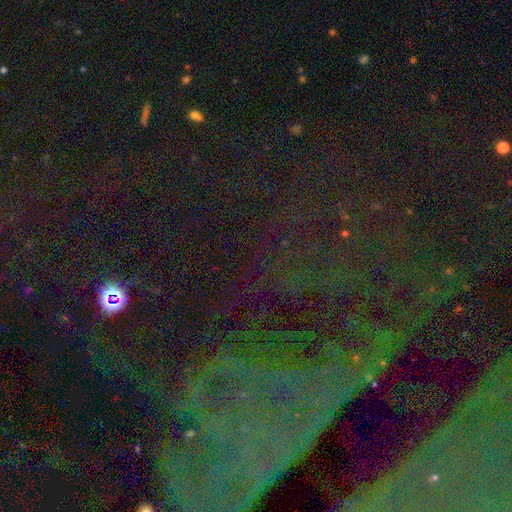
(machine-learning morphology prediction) A star or artifact, not a galaxy (78%).

Vote fractions:
- Smooth or featured? star or artifact: 78% / smooth: 14% / featured or disk: 8%